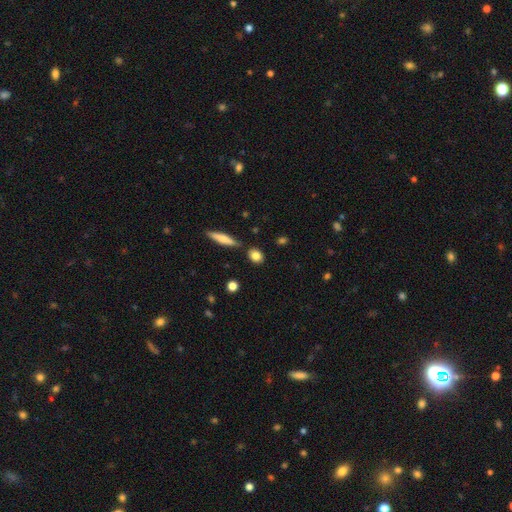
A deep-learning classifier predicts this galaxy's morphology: Q: Smooth or featured?
A: smooth (83%); runner-up: featured or disk (9%)
Q: How rounded?
A: round (50%); runner-up: in between (44%)
Q: Merging?
A: none (82%); runner-up: minor disturbance (11%)